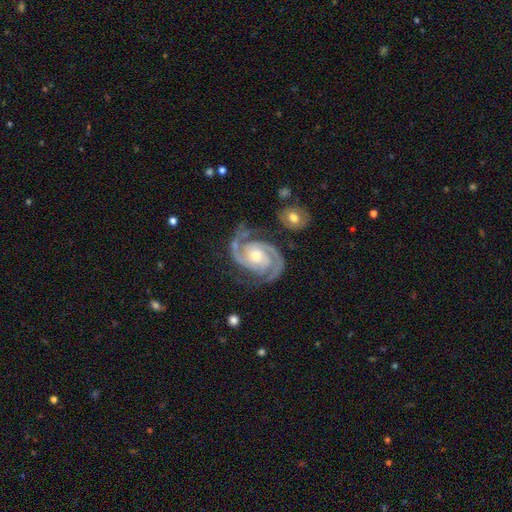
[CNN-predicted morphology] featured or disk 94%, star or artifact 4%, smooth 2%. Down the decision tree: edge-on disk — no (98%); bar — no (66%); spiral arms — yes (99%); spiral arm count — 2 (91%); spiral winding — tight (51%); bulge size — moderate (53%); merging — none (76%).